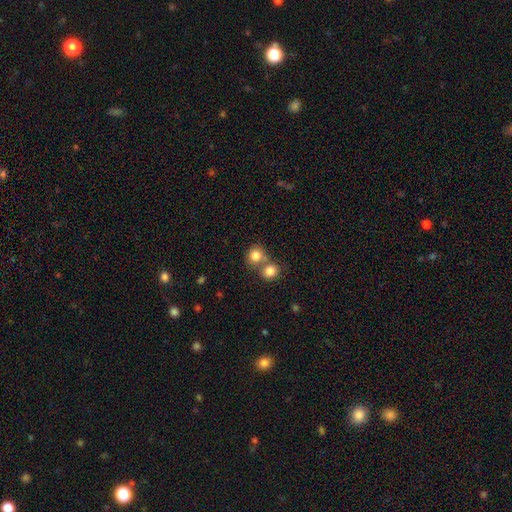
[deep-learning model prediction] Smooth or featured?
  - smooth: 82% *
  - star or artifact: 10%
  - featured or disk: 8%
How rounded?
  - round: 80% *
  - in between: 19%
  - cigar-shaped: 1%
Merging?
  - merger: 46% *
  - none: 43%
  - minor disturbance: 7%
  - major disturbance: 3%